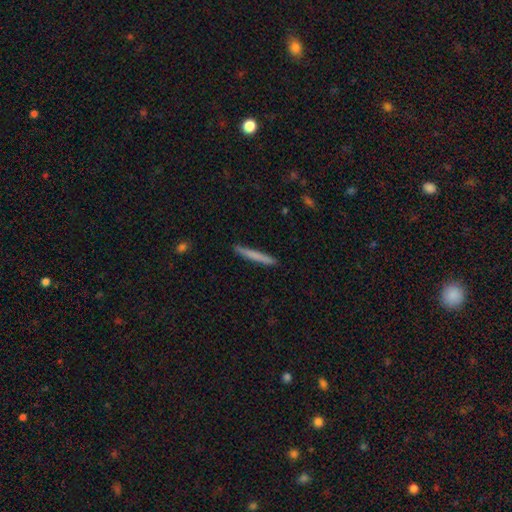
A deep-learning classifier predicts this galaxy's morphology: Smooth or featured?
  - smooth: 70% *
  - featured or disk: 24%
  - star or artifact: 6%
How rounded?
  - cigar-shaped: 97% *
  - in between: 2%
  - round: 1%
Merging?
  - none: 89% *
  - minor disturbance: 8%
  - major disturbance: 1%
  - merger: 1%